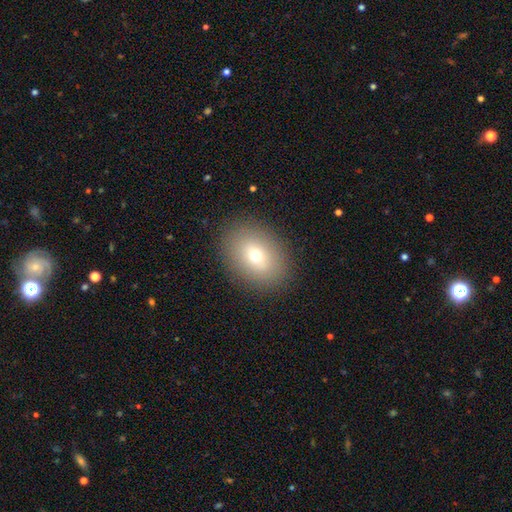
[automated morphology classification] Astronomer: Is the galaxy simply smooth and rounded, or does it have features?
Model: smooth — 70%.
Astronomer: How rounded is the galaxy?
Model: in between — 65%.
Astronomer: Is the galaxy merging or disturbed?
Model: none — 88%.